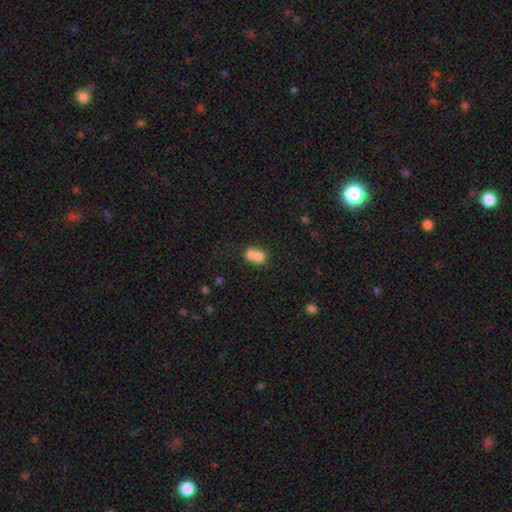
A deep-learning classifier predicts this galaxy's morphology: Smooth or featured? smooth (70%)
How rounded? round (64%)
Merging? merger (69%)